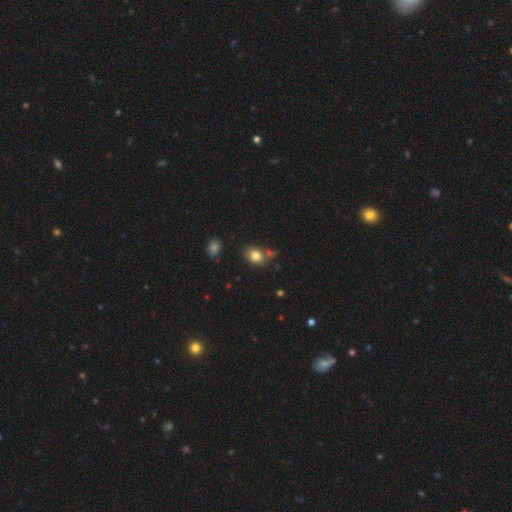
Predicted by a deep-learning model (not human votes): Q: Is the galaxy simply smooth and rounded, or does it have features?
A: smooth — 81%.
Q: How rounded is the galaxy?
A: in between — 59%.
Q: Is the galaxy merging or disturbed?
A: none — 67%.